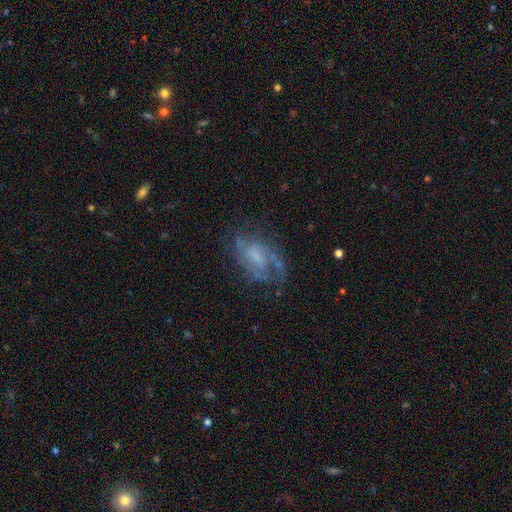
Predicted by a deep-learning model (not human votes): Smooth or featured? featured or disk (72%)
Edge-on disk? no (96%)
Bar? no (53%)
Spiral arms? yes (85%)
Spiral winding? medium (46%)
Spiral arm count? 2 (43%)
Bulge size? small (36%)
Merging? none (59%)